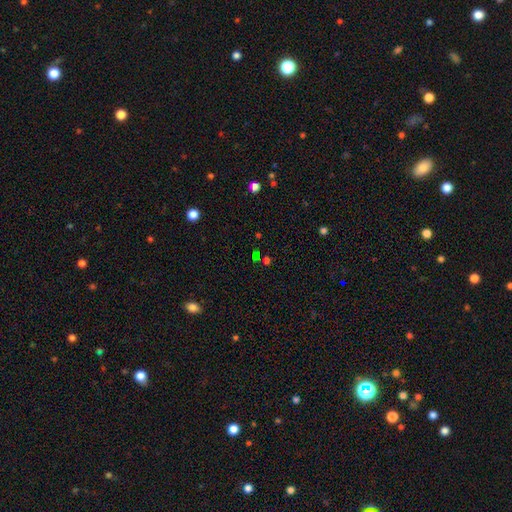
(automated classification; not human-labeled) Smooth or featured?
  - star or artifact: 60% *
  - smooth: 31%
  - featured or disk: 8%